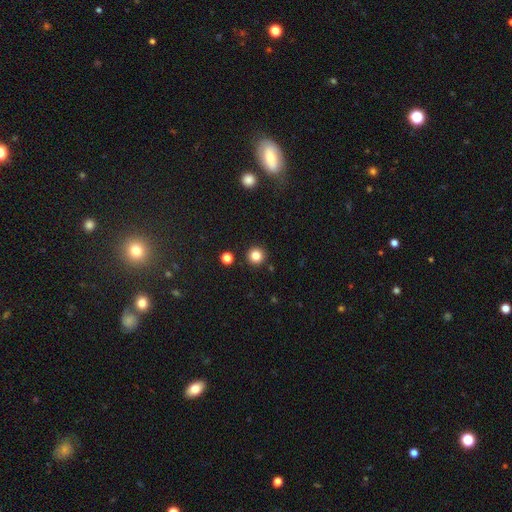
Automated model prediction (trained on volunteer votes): A smooth galaxy with no disk features (83%) that is round (95%).

Vote fractions:
- Smooth or featured? smooth: 83% / star or artifact: 12% / featured or disk: 5%
- How rounded? round: 95% / in between: 4% / cigar-shaped: 1%
- Merging? none: 91% / minor disturbance: 5% / merger: 2% / major disturbance: 2%